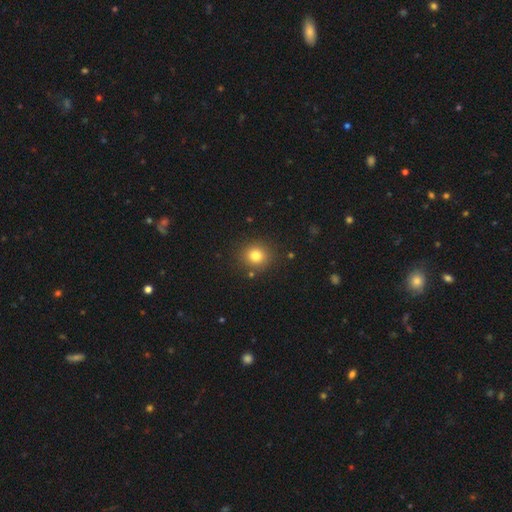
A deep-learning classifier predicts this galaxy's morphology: This is clearly a smooth galaxy (80%). How rounded: clearly round (87%). Merging: clearly none (87%).